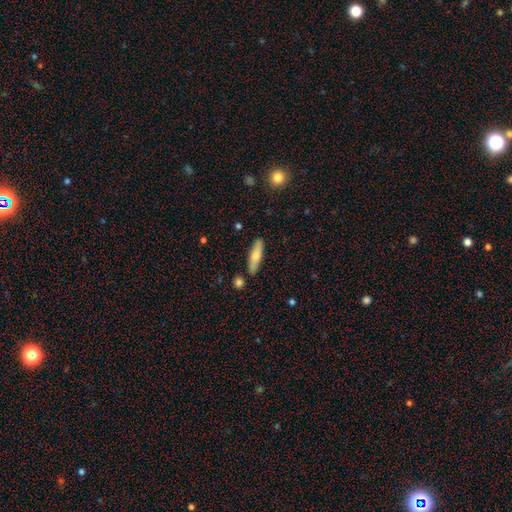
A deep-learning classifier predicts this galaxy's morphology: Smooth or featured? smooth (70%)
How rounded? cigar-shaped (70%)
Merging? none (86%)